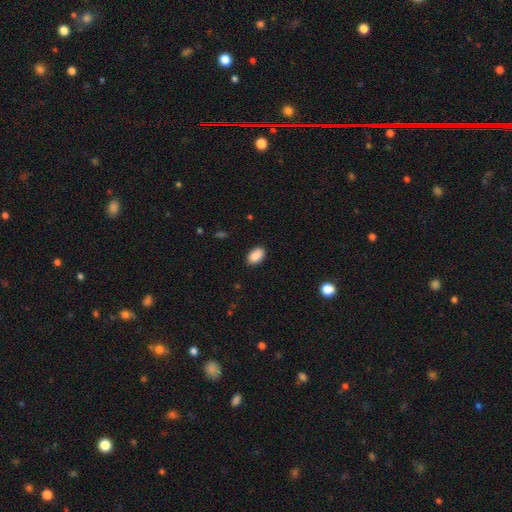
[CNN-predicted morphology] This is clearly a smooth galaxy (89%). How rounded: clearly in between (92%). Merging: clearly none (87%).